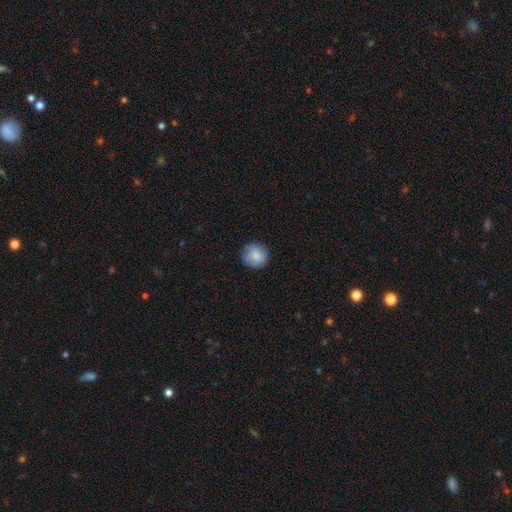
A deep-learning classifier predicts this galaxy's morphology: Smooth or featured? Predicted: smooth (p=0.84). How rounded? Predicted: round (p=0.92). Merging? Predicted: none (p=0.84).